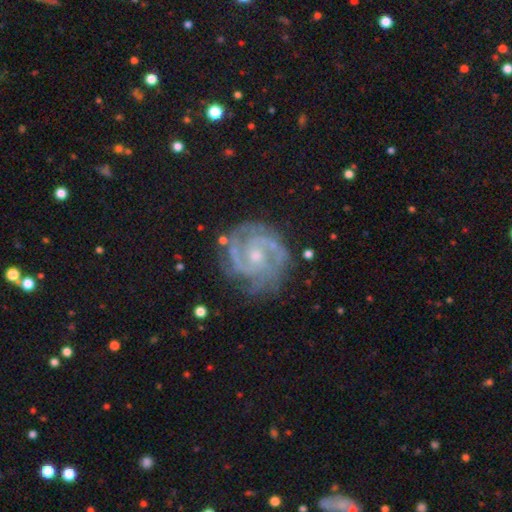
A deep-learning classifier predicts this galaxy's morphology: Smooth or featured? Predicted: featured or disk (p=0.89). Edge-on disk? Predicted: no (p=0.98). Bar? Predicted: no (p=0.62). Spiral arms? Predicted: yes (p=0.97). Spiral winding? Predicted: tight (p=0.61). Spiral arm count? Predicted: 2 (p=0.36). Bulge size? Predicted: small (p=0.50). Merging? Predicted: none (p=0.75).